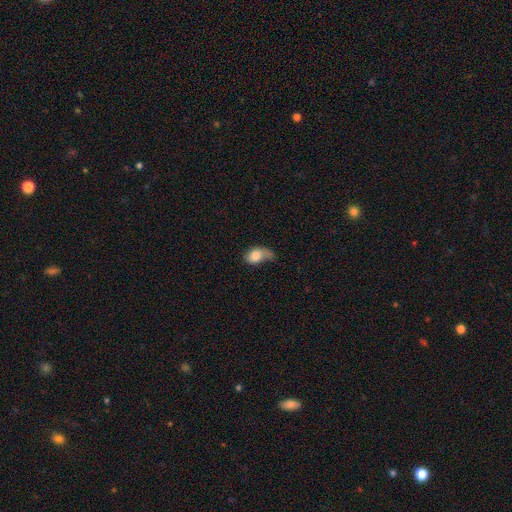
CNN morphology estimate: type=smooth (76%); roundness=in between (82%); merging=minor disturbance (36%).